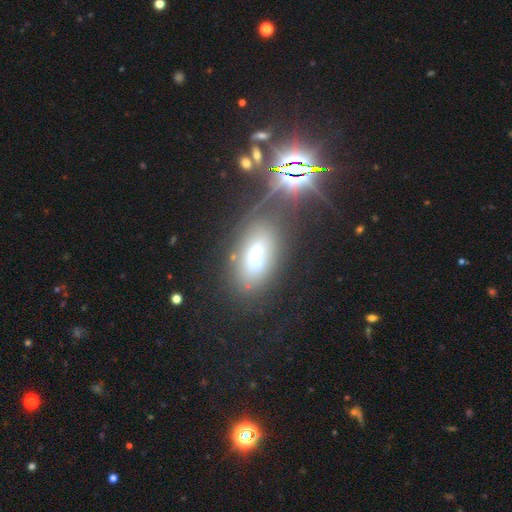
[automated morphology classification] Smooth or featured?
  - star or artifact: 36% *
  - smooth: 34%
  - featured or disk: 30%